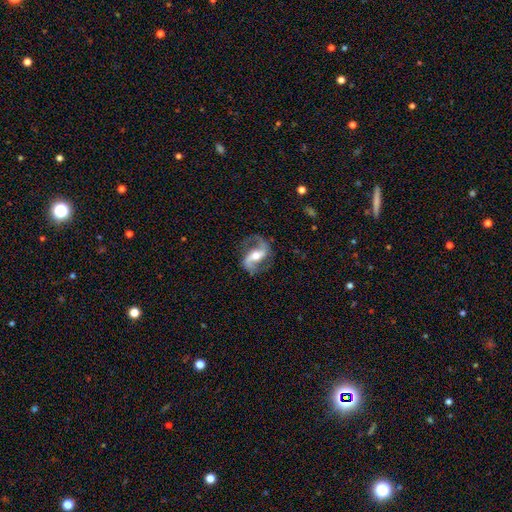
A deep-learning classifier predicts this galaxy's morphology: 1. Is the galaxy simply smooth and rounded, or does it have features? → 89% featured or disk, 6% smooth, 5% star or artifact.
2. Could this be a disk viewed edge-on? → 96% no, 4% yes.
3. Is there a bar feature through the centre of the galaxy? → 45% strong, 35% weak, 20% no.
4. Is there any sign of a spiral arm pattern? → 96% yes, 4% no.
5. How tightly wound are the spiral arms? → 45% loose, 44% medium, 10% tight.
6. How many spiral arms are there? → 93% 2, 2% 1, 2% can't tell, 1% 3, 1% 4, 1% more than 4.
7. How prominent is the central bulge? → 66% moderate, 20% small, 11% large, 2% none, 1% dominant.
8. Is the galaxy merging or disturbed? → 78% none, 13% minor disturbance, 8% major disturbance, 1% merger.